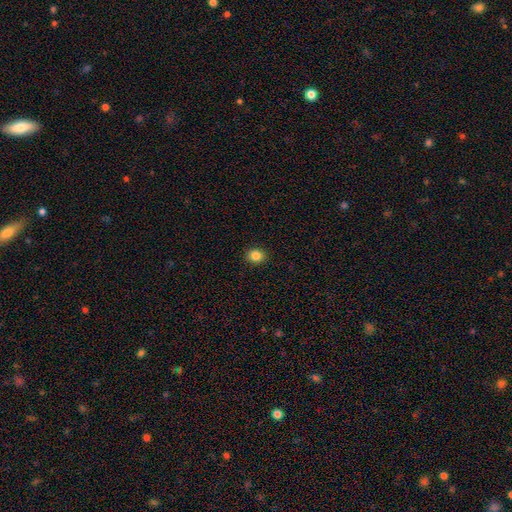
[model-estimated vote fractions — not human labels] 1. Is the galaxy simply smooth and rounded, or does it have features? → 85% smooth, 11% star or artifact, 5% featured or disk.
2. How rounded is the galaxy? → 70% round, 29% in between, 1% cigar-shaped.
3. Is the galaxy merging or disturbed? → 91% none, 6% minor disturbance, 2% major disturbance, 1% merger.